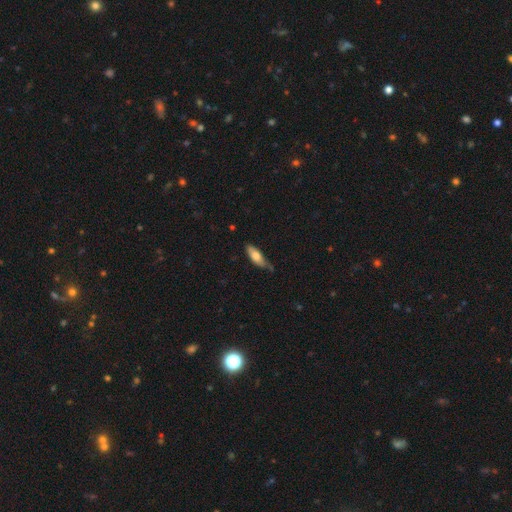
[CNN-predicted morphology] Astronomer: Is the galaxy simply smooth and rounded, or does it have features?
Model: smooth — 69%.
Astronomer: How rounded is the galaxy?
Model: in between — 63%.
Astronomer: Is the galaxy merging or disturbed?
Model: none — 52% (runner-up: minor disturbance, 37%).